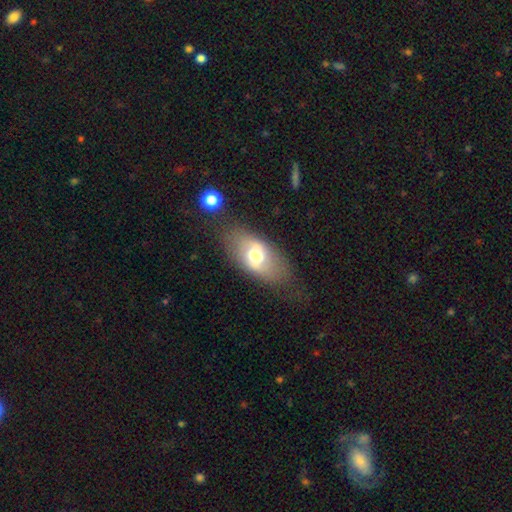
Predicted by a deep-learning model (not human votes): Overall: smooth (49%; featured or disk 43%). Merging: none (71%).